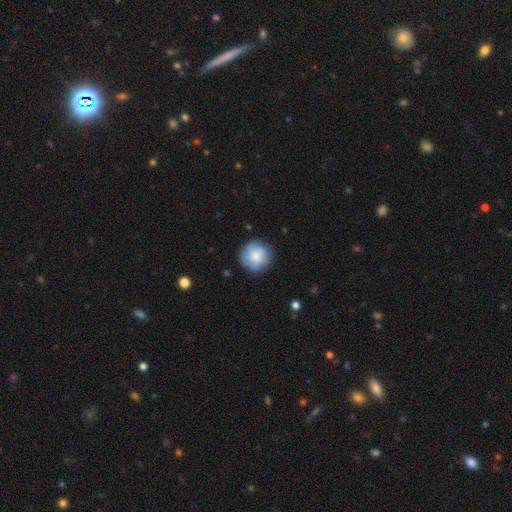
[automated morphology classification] Overall: smooth (71%). How rounded: round (93%). Merging: none (81%).